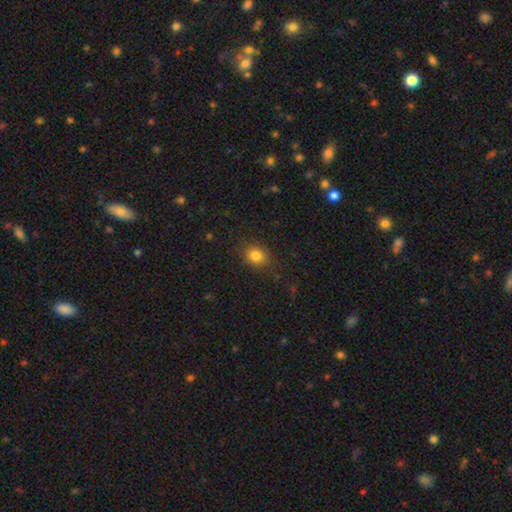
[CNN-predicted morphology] smooth-or-featured: smooth: 83% | star or artifact: 12% | featured or disk: 6%
  how-rounded: round: 64% | in between: 35% | cigar-shaped: 1%
  merging: none: 84% | minor disturbance: 11% | major disturbance: 4% | merger: 1%